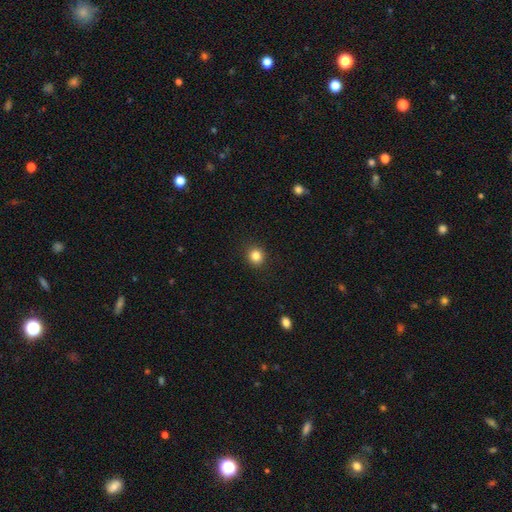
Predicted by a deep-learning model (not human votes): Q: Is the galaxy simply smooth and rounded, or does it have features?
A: smooth — 84%.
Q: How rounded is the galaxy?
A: round — 87%.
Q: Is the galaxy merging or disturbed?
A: none — 92%.